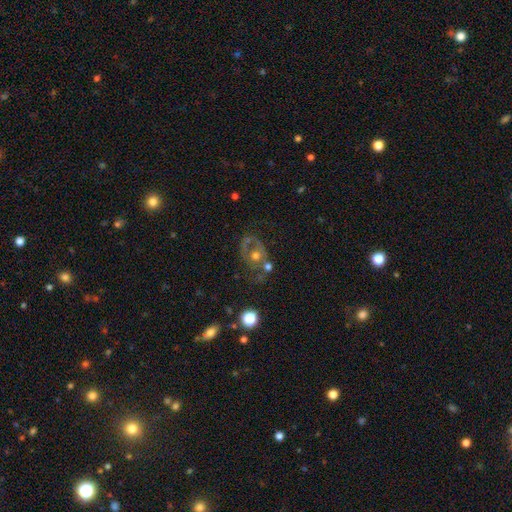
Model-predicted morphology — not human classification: Overall: featured or disk (58%; smooth 31%). Edge-on disk: no (96%). Bar: no (87%). Spiral arms: no (70%; yes 30%). Bulge size: moderate (68%). Merging: none (48%; minor disturbance 19%).